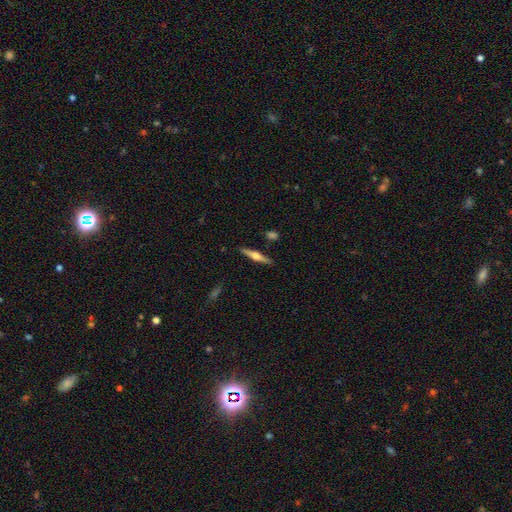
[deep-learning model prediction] A featured or disk galaxy (68%) viewed edge-on (97%) with a rounded central bulge (94%).

Vote fractions:
- Smooth or featured? featured or disk: 68% / smooth: 26% / star or artifact: 6%
- Edge-on disk? yes: 97% / no: 3%
- Edge-on bulge? rounded: 94% / boxy: 4% / none: 2%
- Merging? none: 89% / minor disturbance: 8% / merger: 2% / major disturbance: 2%